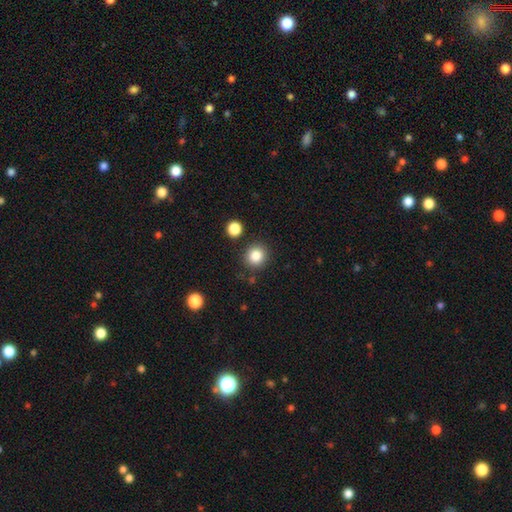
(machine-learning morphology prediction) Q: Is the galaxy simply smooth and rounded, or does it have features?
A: smooth — 85%.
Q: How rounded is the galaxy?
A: round — 91%.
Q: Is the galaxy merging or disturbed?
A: none — 87%.